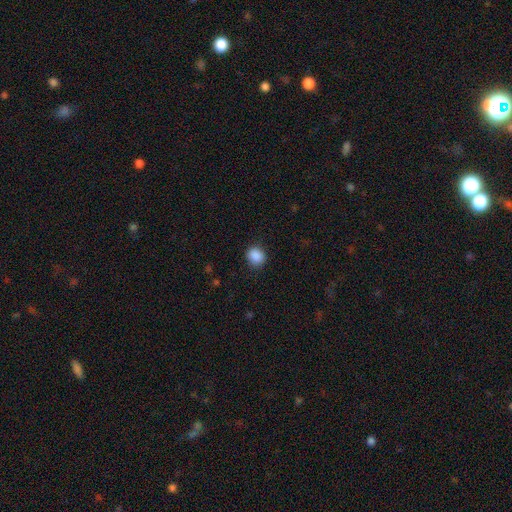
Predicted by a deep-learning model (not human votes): A smooth galaxy with no disk features (88%) that is round (71%). Merging: none (87%).